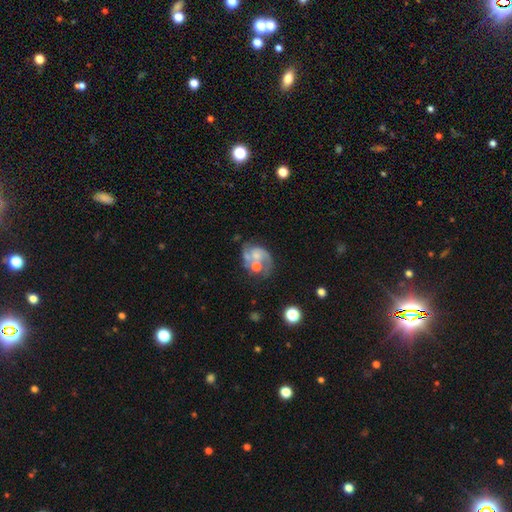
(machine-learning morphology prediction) The model was most divided on "merging": none: 35%, merger: 29%, minor disturbance: 18%, major disturbance: 18%. Remaining: edge-on disk — no (98%); spiral arms — yes (79%); spiral arm count — 2 (74%); bar — no (71%); smooth or featured — featured or disk (70%); spiral winding — medium (47%); bulge size — moderate (40%).